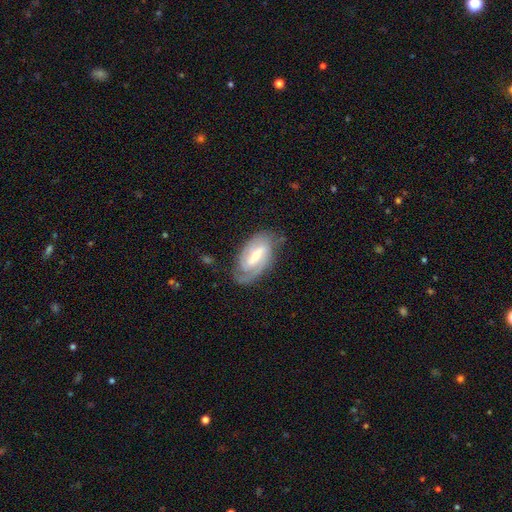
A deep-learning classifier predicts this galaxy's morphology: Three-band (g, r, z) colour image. It shows a featured or disk galaxy (83%) with a strong bar (46%), 2 (73%) tight (49%) spiral arms (94%) and a moderate central bulge (47%). Merging: none (72%).